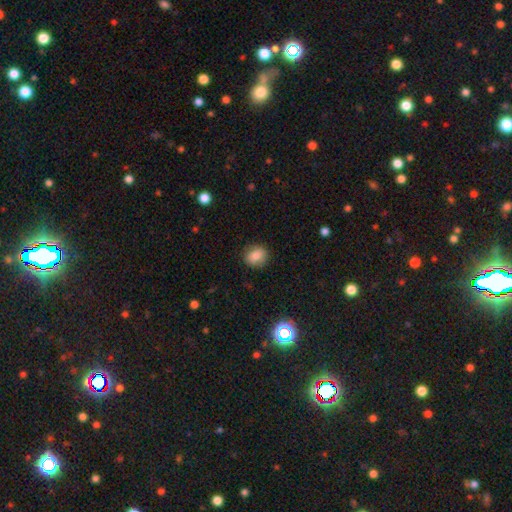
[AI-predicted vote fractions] Morphology: type=smooth (82%); roundness=round (73%); merging=none (88%).